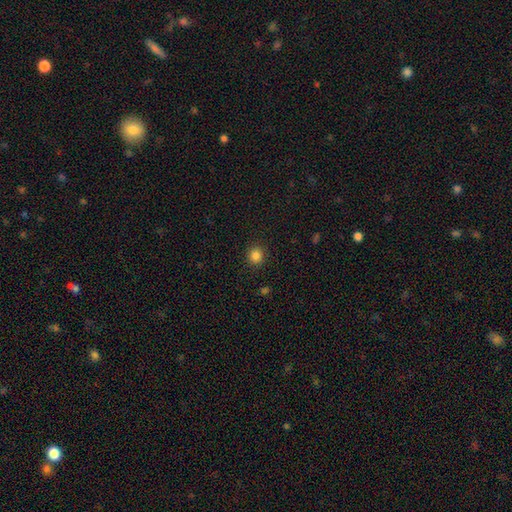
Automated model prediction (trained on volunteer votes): smooth_or_featured: smooth (p=0.84) [alt: star or artifact p=0.12]
how_rounded: round (p=0.89) [alt: in between p=0.10]
merging: none (p=0.91) [alt: minor disturbance p=0.06]